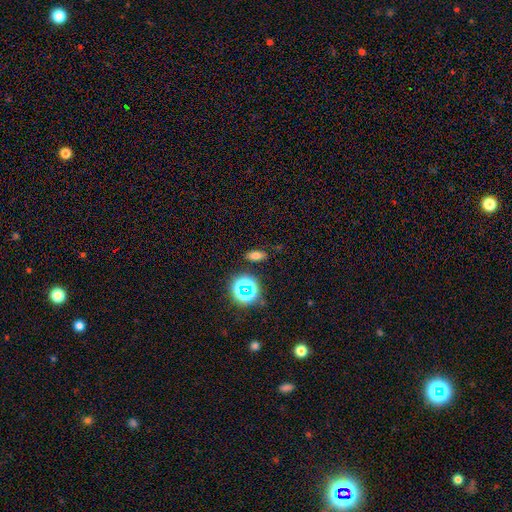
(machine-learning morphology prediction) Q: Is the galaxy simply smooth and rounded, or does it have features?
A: smooth — 68%.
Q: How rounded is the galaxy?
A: in between — 78%.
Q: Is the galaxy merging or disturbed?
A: none — 84%.